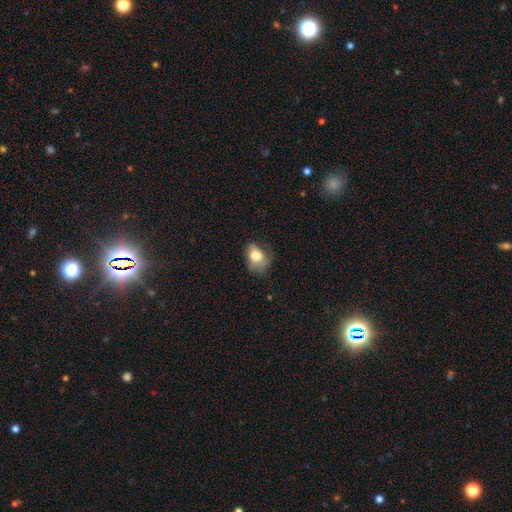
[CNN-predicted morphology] Smooth or featured: smooth — 73% (featured or disk — 18%)
How rounded: in between — 66% (round — 33%)
Merging: none — 41% (minor disturbance — 34%)